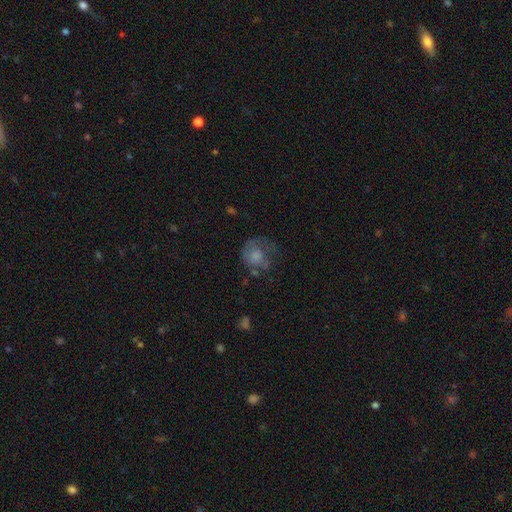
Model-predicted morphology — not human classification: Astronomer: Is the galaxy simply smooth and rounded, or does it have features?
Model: smooth — 59%.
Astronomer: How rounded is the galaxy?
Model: round — 74%.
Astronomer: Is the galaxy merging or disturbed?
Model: major disturbance — 37% (runner-up: none, 36%).